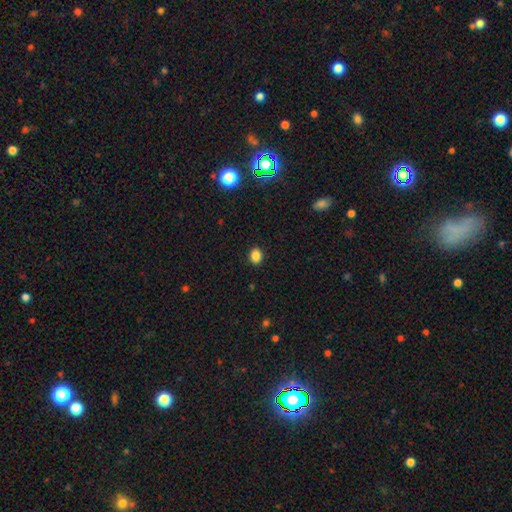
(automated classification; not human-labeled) Q: Smooth or featured?
A: smooth (85%); runner-up: star or artifact (11%)
Q: How rounded?
A: round (56%); runner-up: in between (44%)
Q: Merging?
A: none (91%); runner-up: minor disturbance (6%)